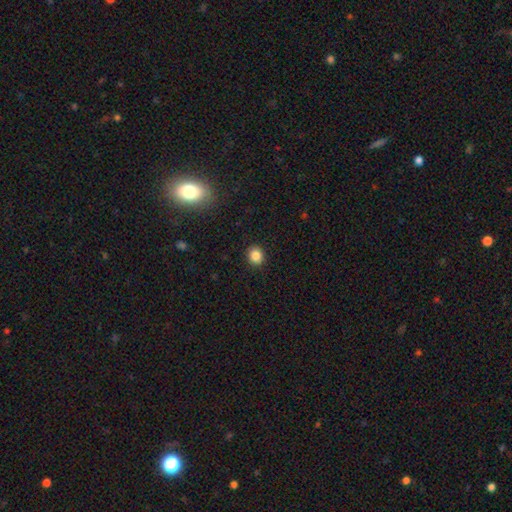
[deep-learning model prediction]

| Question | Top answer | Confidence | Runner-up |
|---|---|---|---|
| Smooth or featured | smooth | 85% | star or artifact (10%) |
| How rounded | round | 77% | in between (22%) |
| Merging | none | 91% | minor disturbance (6%) |